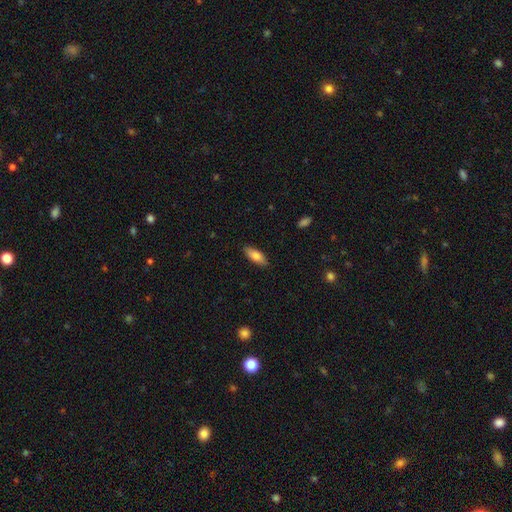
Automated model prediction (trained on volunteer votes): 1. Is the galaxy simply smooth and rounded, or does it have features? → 80% smooth, 14% featured or disk, 6% star or artifact.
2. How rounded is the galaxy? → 76% in between, 22% cigar-shaped, 2% round.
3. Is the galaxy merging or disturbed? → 88% none, 10% minor disturbance, 2% major disturbance, 1% merger.